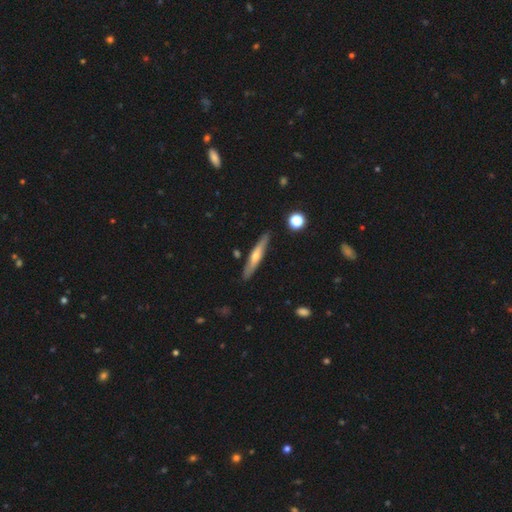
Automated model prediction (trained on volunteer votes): smooth-or-featured: featured or disk: 54% | smooth: 40% | star or artifact: 6%
  disk-edge-on: yes: 90% | no: 10%
  merging: none: 87% | minor disturbance: 9% | merger: 2% | major disturbance: 2%